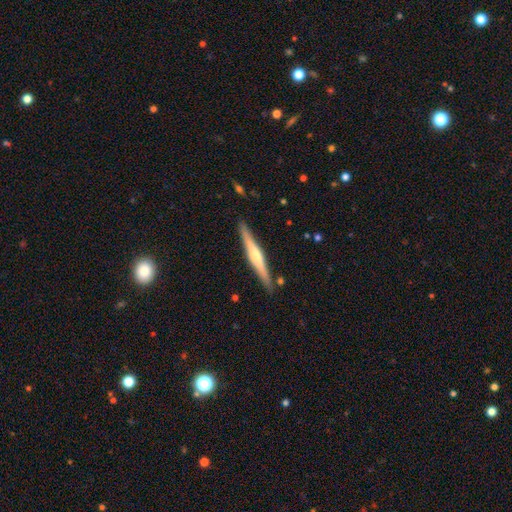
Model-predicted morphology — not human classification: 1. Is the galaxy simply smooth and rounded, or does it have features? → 64% featured or disk, 31% smooth, 5% star or artifact.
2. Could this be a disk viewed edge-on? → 97% yes, 3% no.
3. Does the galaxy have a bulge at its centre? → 73% rounded, 18% none, 10% boxy.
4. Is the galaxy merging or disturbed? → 88% none, 8% minor disturbance, 2% merger, 2% major disturbance.